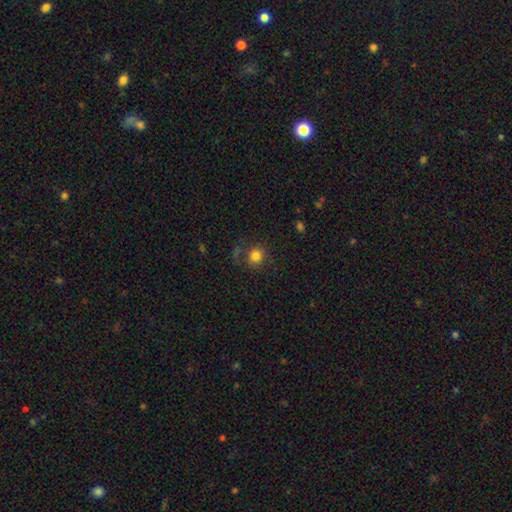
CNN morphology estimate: A smooth galaxy with no disk features (81%) that is round (88%).

Vote fractions:
- Smooth or featured? smooth: 81% / star or artifact: 12% / featured or disk: 7%
- How rounded? round: 88% / in between: 11% / cigar-shaped: 1%
- Merging? none: 75% / minor disturbance: 14% / major disturbance: 8% / merger: 4%